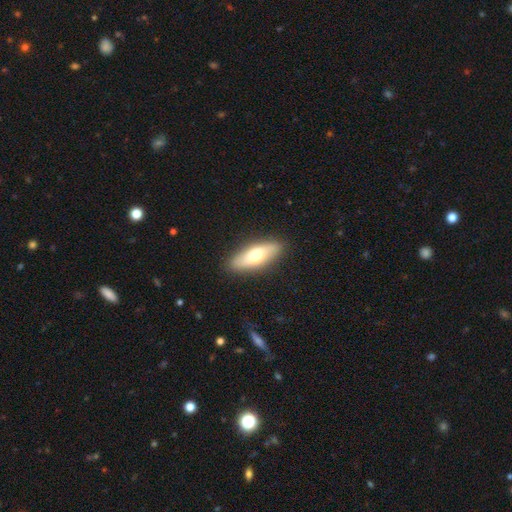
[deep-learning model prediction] smooth-or-featured: smooth: 65% | featured or disk: 29% | star or artifact: 6%
  how-rounded: in between: 62% | cigar-shaped: 36% | round: 3%
  merging: none: 88% | minor disturbance: 9% | major disturbance: 2% | merger: 1%